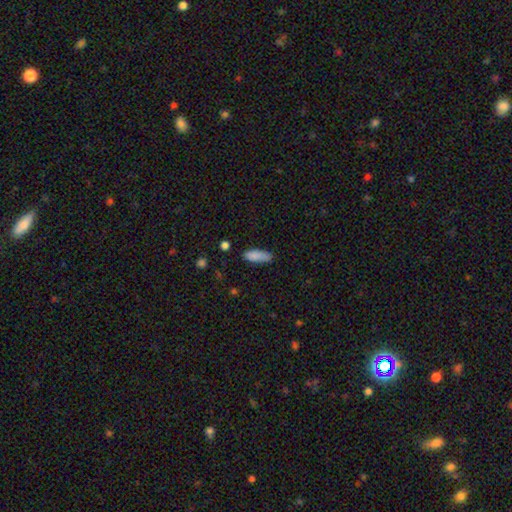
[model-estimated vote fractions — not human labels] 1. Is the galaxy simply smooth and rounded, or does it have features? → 87% smooth, 7% star or artifact, 6% featured or disk.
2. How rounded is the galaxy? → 67% in between, 31% cigar-shaped, 2% round.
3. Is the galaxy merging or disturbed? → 74% none, 20% minor disturbance, 4% major disturbance, 2% merger.